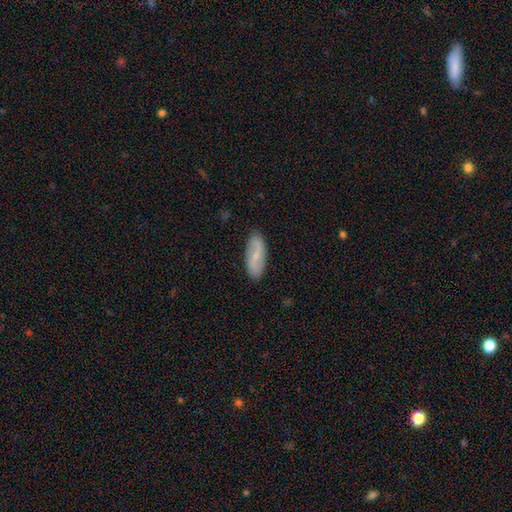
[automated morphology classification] This is possibly a featured or disk galaxy (54%). It is clearly not viewed edge-on (88%). Merging: clearly none (87%).